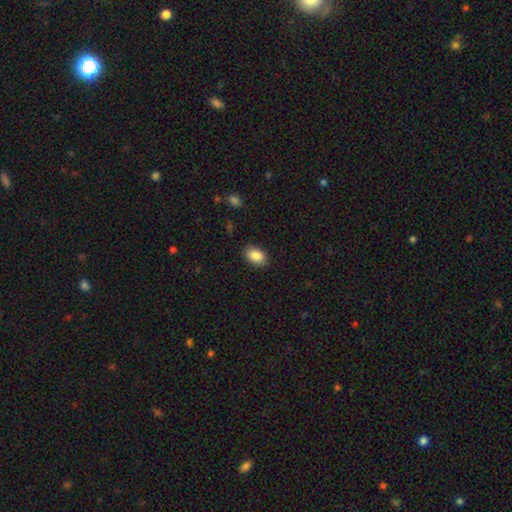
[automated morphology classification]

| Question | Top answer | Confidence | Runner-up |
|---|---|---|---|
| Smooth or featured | smooth | 88% | star or artifact (7%) |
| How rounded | in between | 87% | round (12%) |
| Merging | none | 88% | minor disturbance (9%) |